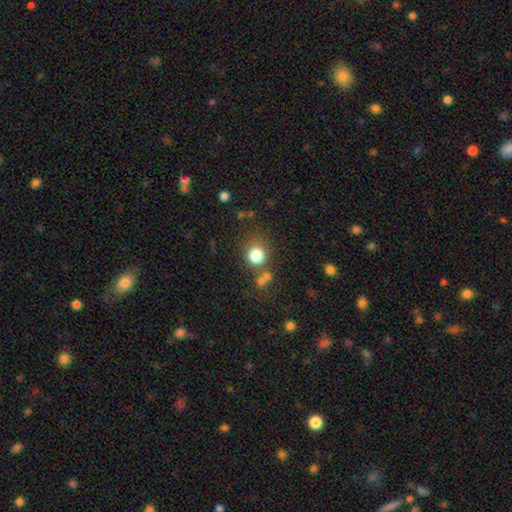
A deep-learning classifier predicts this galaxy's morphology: Overall: smooth (79%). How rounded: round (88%). Merging: none (69%).